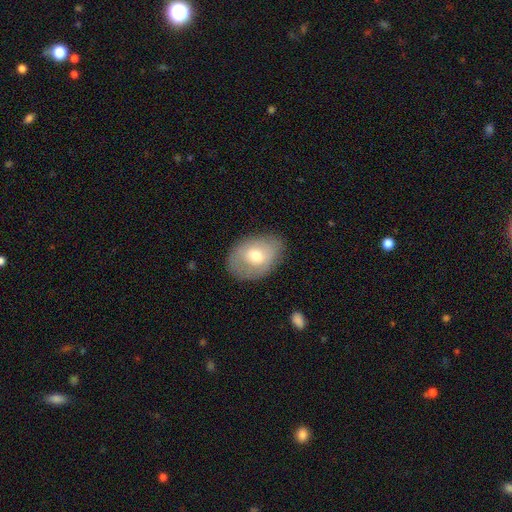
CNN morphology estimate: Overall: smooth (61%; featured or disk 31%). How rounded: in between (74%). Merging: none (76%).